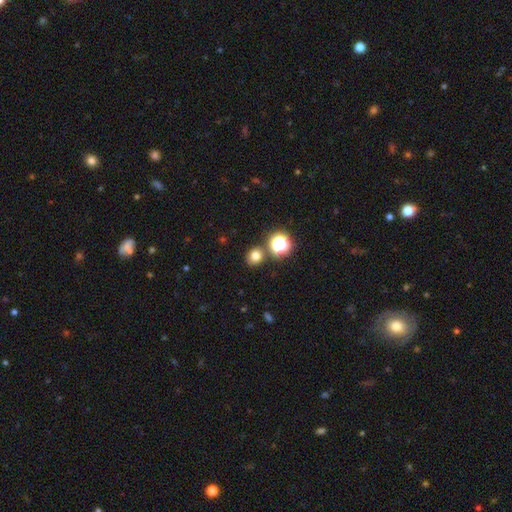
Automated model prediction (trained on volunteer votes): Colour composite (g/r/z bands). It shows a smooth galaxy with no disk features (74%) that is round (78%). Merging: none (80%).